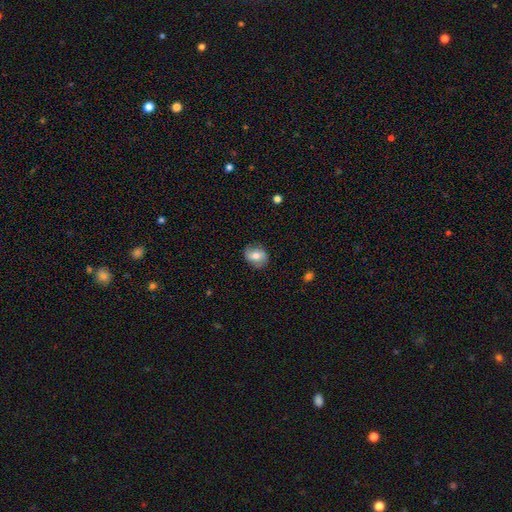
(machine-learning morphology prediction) Q: Smooth or featured?
A: smooth (59%); runner-up: featured or disk (32%)
Q: How rounded?
A: round (52%); runner-up: in between (47%)
Q: Merging?
A: none (79%); runner-up: minor disturbance (15%)